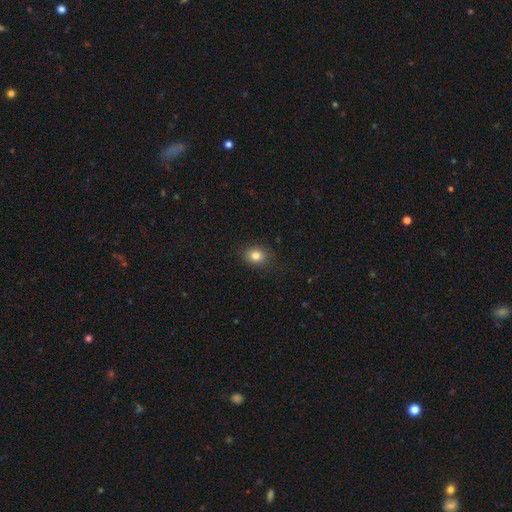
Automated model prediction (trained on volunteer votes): Smooth or featured?
  - smooth: 81% *
  - star or artifact: 11%
  - featured or disk: 7%
How rounded?
  - round: 50% *
  - in between: 49%
  - cigar-shaped: 1%
Merging?
  - none: 86% *
  - minor disturbance: 10%
  - major disturbance: 3%
  - merger: 1%